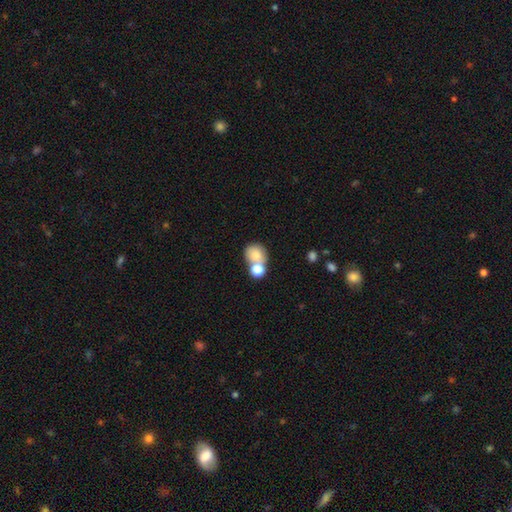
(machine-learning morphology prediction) A smooth galaxy with no disk features (79%) that is round (73%). Merging: merger (47%).